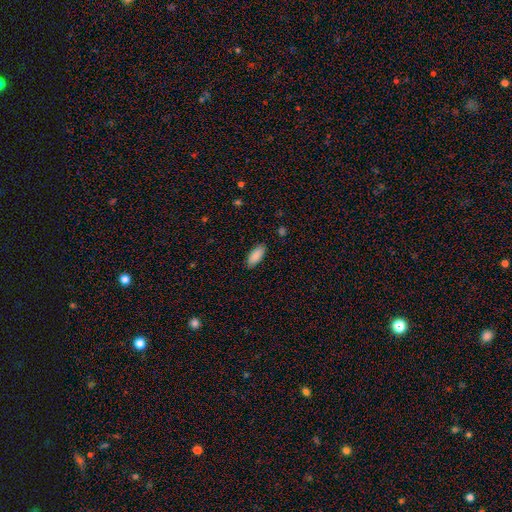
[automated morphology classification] Overall: smooth (89%). How rounded: in between (85%). Merging: none (87%).